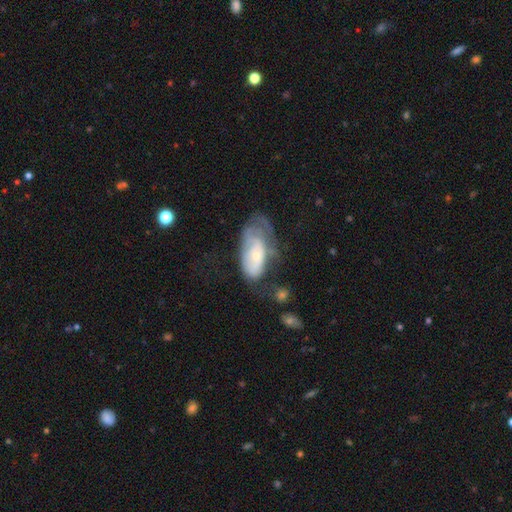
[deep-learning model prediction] This is possibly a featured or disk galaxy (58%). It is clearly not viewed edge-on (91%). Bar: likely no (77%). Spiral arm pattern: possibly yes (57%). Central bulge: likely small (64%). Merging: marginally major disturbance (36%).